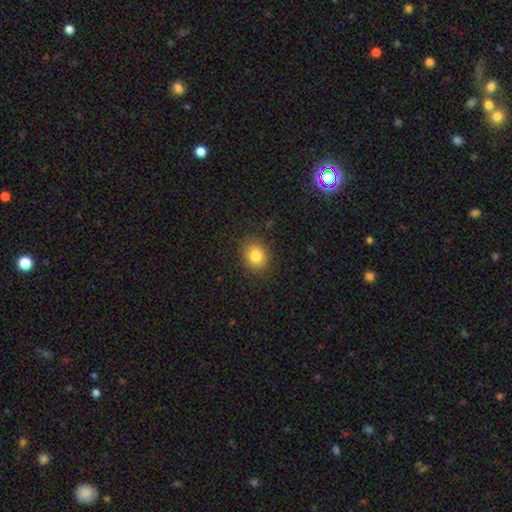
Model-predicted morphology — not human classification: A smooth galaxy with no disk features (82%) that is round (64%).

Vote fractions:
- Smooth or featured? smooth: 82% / star or artifact: 10% / featured or disk: 7%
- How rounded? round: 64% / in between: 35% / cigar-shaped: 1%
- Merging? none: 87% / minor disturbance: 9% / major disturbance: 3% / merger: 1%